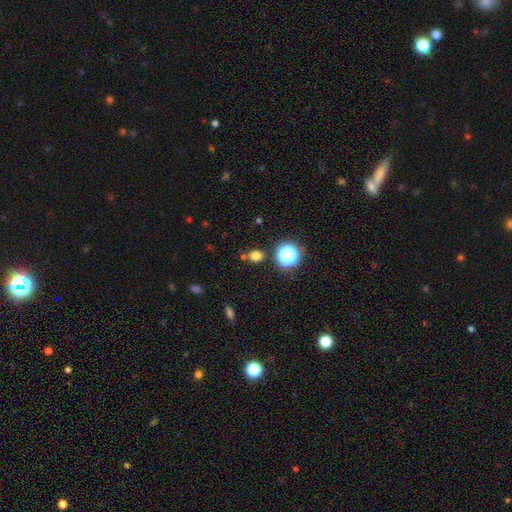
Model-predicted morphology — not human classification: A smooth galaxy with no disk features (73%) that is round (68%). Merging: none (76%).